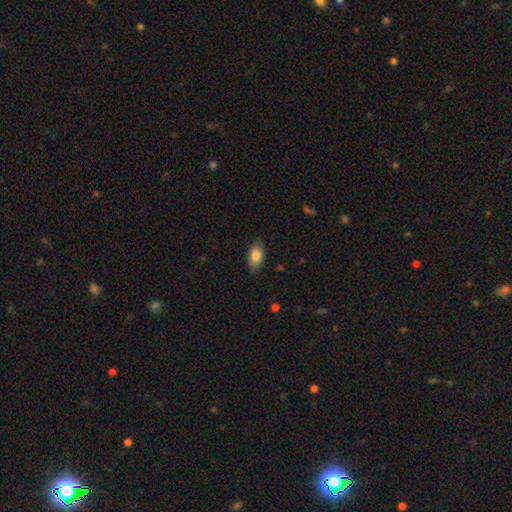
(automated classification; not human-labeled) Smooth or featured?
  - smooth: 85% *
  - featured or disk: 8%
  - star or artifact: 7%
How rounded?
  - in between: 92% *
  - round: 5%
  - cigar-shaped: 2%
Merging?
  - none: 84% *
  - minor disturbance: 13%
  - major disturbance: 3%
  - merger: 1%